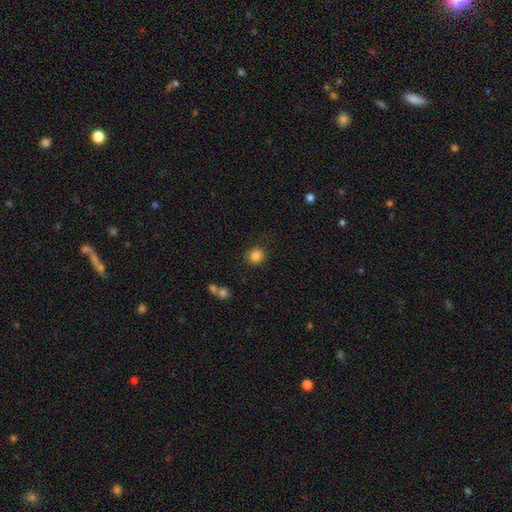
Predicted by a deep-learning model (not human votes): Smooth or featured? Predicted: smooth (p=0.85). How rounded? Predicted: round (p=0.86). Merging? Predicted: none (p=0.87).